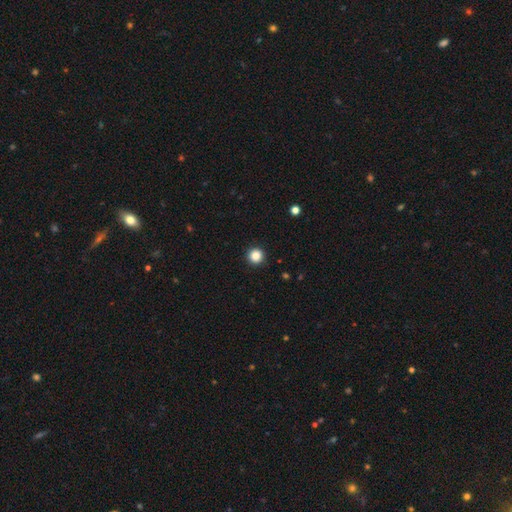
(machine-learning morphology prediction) A smooth galaxy with no disk features (86%) that is round (96%). Merging: none (93%).